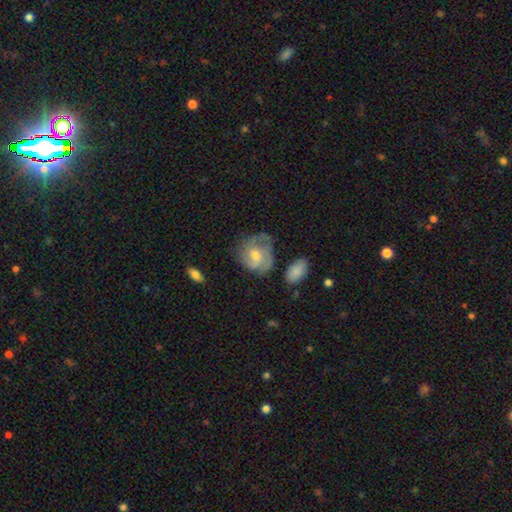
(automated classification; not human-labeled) smooth_or_featured: featured or disk (p=0.63) [alt: smooth p=0.30]
disk_edge_on: no (p=0.97) [alt: yes p=0.03]
bar: no (p=0.67) [alt: weak p=0.29]
has_spiral_arms: yes (p=0.85) [alt: no p=0.15]
spiral_winding: tight (p=0.47) [alt: medium p=0.38]
spiral_arm_count: 2 (p=0.33) [alt: can't tell p=0.29]
bulge_size: moderate (p=0.61) [alt: small p=0.32]
merging: none (p=0.56) [alt: minor disturbance p=0.27]